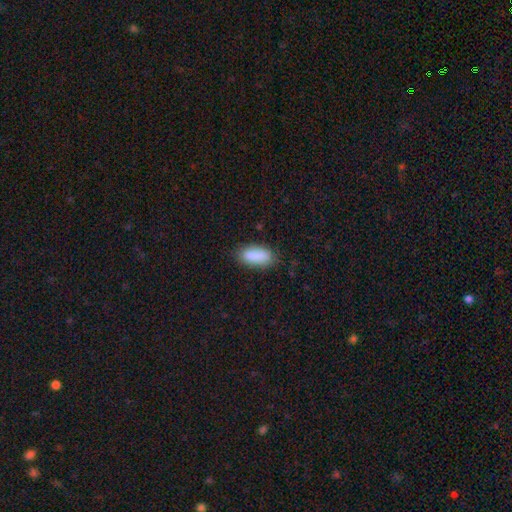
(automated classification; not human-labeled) Overall: smooth (88%). How rounded: in between (83%). Merging: none (79%).